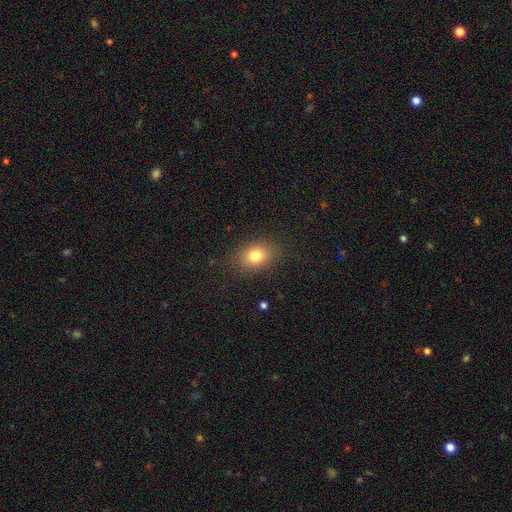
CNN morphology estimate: The model was most divided on "how rounded": in between: 67%, round: 32%, cigar-shaped: 1%. More confident: merging — none (84%); smooth or featured — smooth (80%).